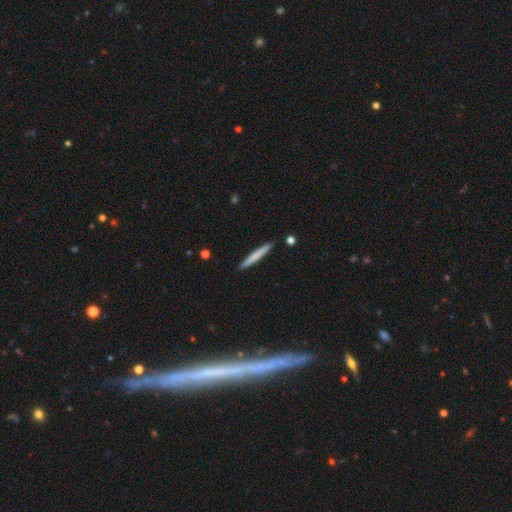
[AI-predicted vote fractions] A smooth galaxy with no disk features (70%) that is cigar-shaped (97%).

Vote fractions:
- Smooth or featured? smooth: 70% / featured or disk: 25% / star or artifact: 5%
- How rounded? cigar-shaped: 97% / in between: 2% / round: 1%
- Merging? none: 91% / minor disturbance: 6% / merger: 2% / major disturbance: 1%